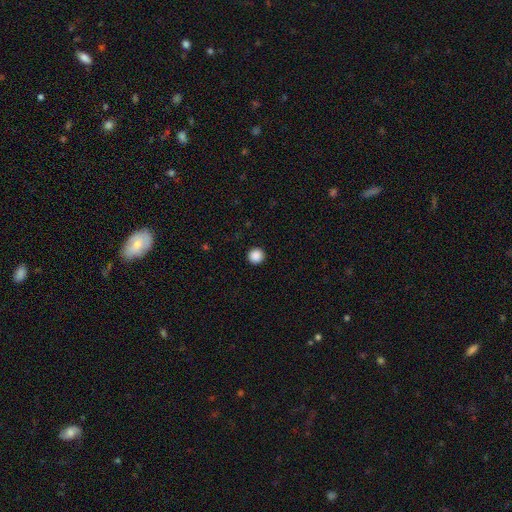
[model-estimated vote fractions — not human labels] A smooth galaxy with no disk features (89%) that is round (96%). Merging: none (94%).